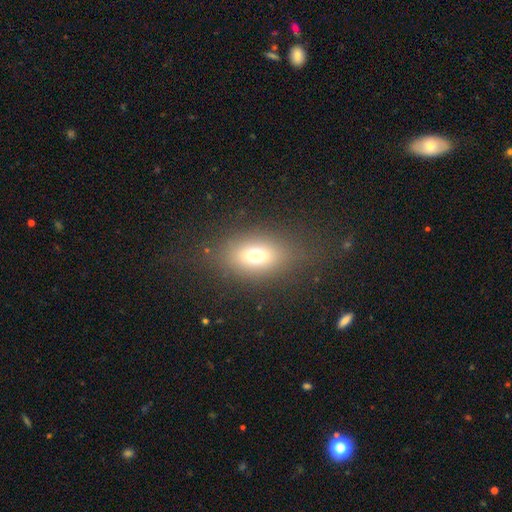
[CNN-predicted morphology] Smooth or featured: smooth — 70% (star or artifact — 15%)
How rounded: in between — 72% (round — 26%)
Merging: none — 77% (minor disturbance — 12%)